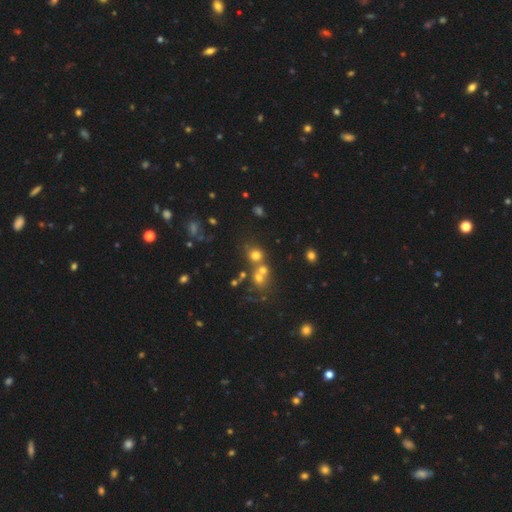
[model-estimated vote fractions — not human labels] This is likely a smooth galaxy (64%). How rounded: clearly round (83%). Merging: possibly none (50%).